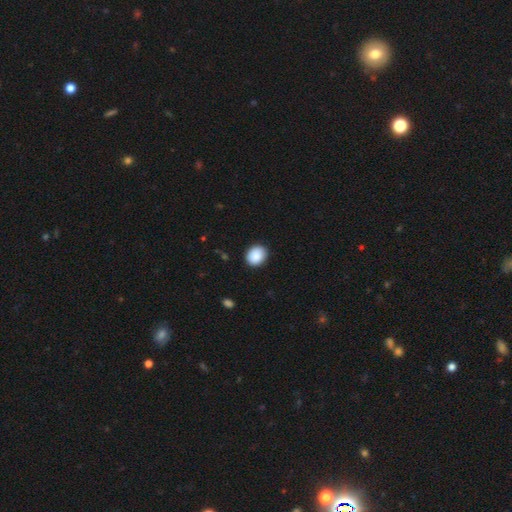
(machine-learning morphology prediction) Overall: smooth (89%). How rounded: round (63%; in between 36%). Merging: none (89%).